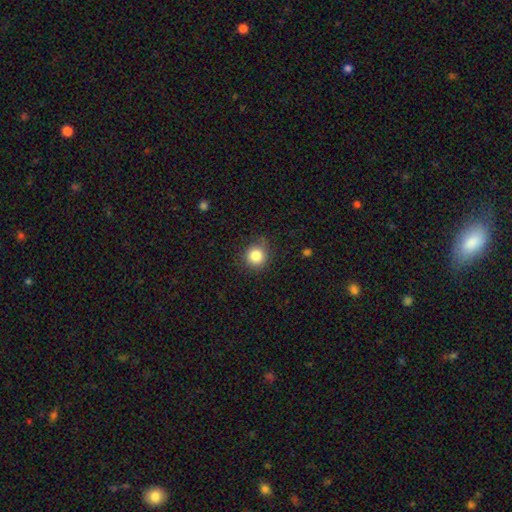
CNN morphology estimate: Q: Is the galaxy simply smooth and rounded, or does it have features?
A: smooth — 85%.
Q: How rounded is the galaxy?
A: round — 90%.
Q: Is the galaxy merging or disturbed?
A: none — 81%.